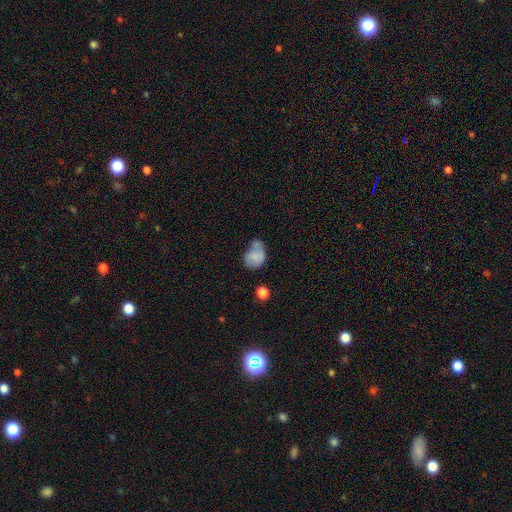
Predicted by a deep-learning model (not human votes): smooth-or-featured: smooth: 72% | featured or disk: 19% | star or artifact: 9%
  how-rounded: in between: 61% | round: 38% | cigar-shaped: 1%
  merging: merger: 29% | none: 28% | minor disturbance: 27% | major disturbance: 16%